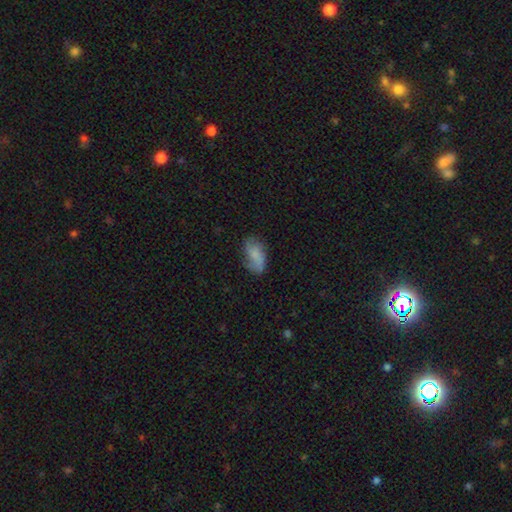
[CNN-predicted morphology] Q: Smooth or featured?
A: smooth (67%); runner-up: featured or disk (23%)
Q: How rounded?
A: in between (91%); runner-up: round (5%)
Q: Merging?
A: none (59%); runner-up: minor disturbance (28%)